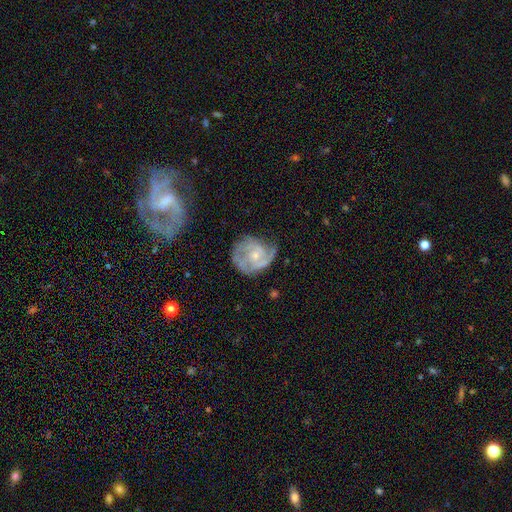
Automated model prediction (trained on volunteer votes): Smooth or featured: featured or disk — 78% (smooth — 16%)
Edge-on disk: no — 98% (yes — 2%)
Bar: no — 66% (weak — 29%)
Spiral arms: yes — 89% (no — 11%)
Spiral winding: tight — 42% (tied with medium — 42%)
Spiral arm count: 2 — 36% (can't tell — 23%)
Bulge size: small — 59% (moderate — 34%)
Merging: none — 53% (minor disturbance — 26%)